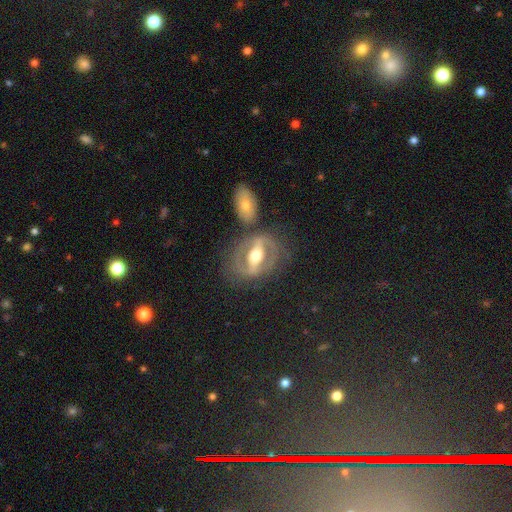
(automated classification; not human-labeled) Smooth or featured? featured or disk (79%)
Edge-on disk? no (87%)
Bar? strong (70%)
Spiral arms? yes (60%)
Bulge size? moderate (69%)
Merging? none (64%)